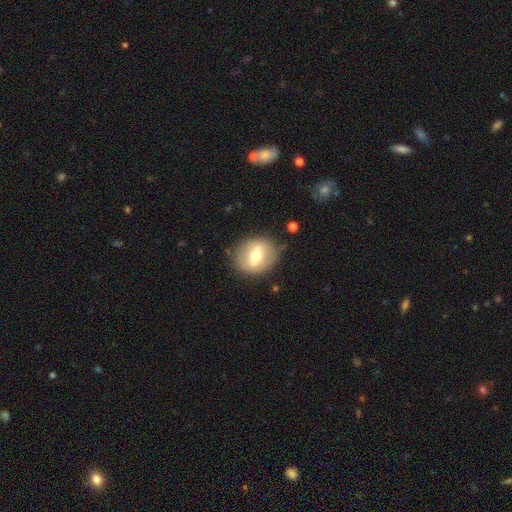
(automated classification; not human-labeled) Overall: smooth (48%; featured or disk 45%). Merging: none (83%).